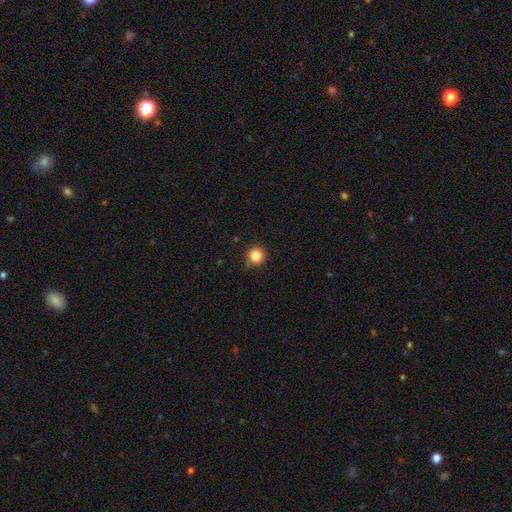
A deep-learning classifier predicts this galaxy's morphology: smooth_or_featured: smooth (p=0.86) [alt: star or artifact p=0.11]
how_rounded: round (p=0.95) [alt: in between p=0.04]
merging: none (p=0.85) [alt: minor disturbance p=0.11]